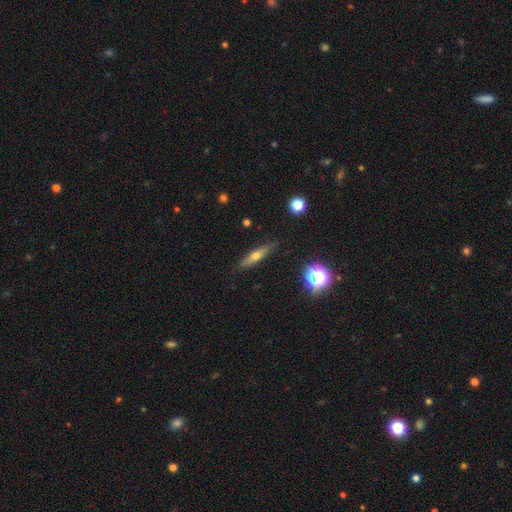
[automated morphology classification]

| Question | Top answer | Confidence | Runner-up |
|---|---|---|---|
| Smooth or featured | smooth | 47% | featured or disk (44%) |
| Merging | none | 85% | minor disturbance (11%) |